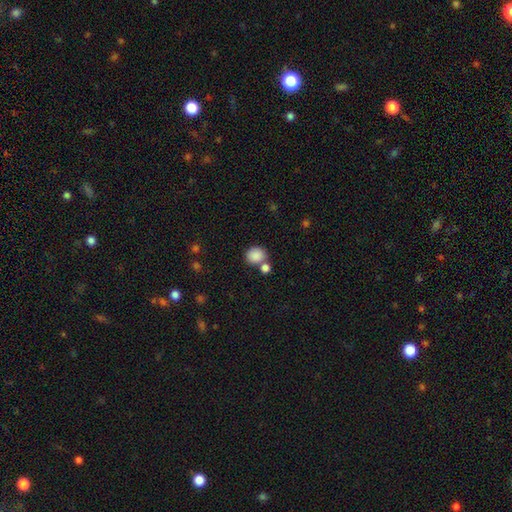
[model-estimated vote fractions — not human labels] A smooth galaxy with no disk features (86%) that is round (78%). Merging: none (62%).